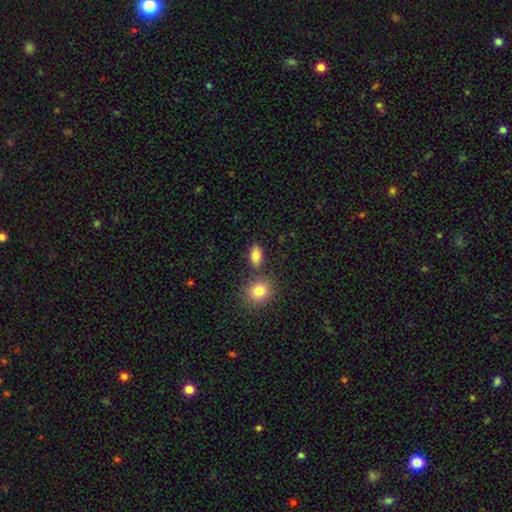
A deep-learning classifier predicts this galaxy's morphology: This is clearly a smooth galaxy (86%). How rounded: clearly in between (86%). Merging: likely none (75%).